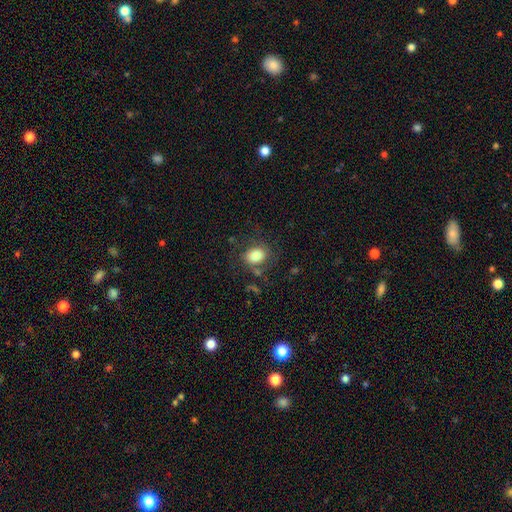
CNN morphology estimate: The model was most divided on "how rounded": in between: 54%, round: 45%, cigar-shaped: 1%. More confident: smooth or featured — smooth (79%); merging — none (70%).